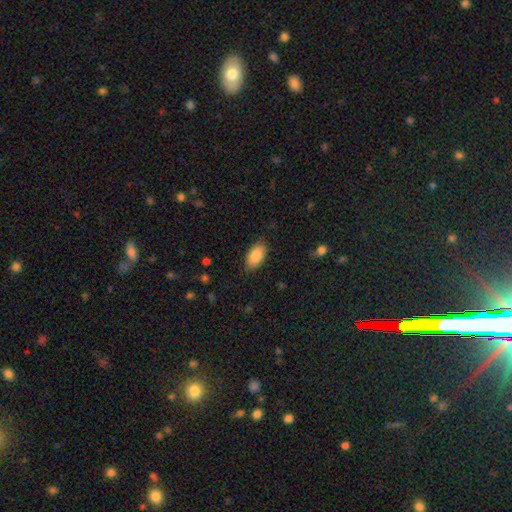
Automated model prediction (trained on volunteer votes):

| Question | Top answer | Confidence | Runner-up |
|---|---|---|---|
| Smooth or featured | smooth | 88% | star or artifact (6%) |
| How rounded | in between | 94% | cigar-shaped (3%) |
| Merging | none | 84% | minor disturbance (12%) |